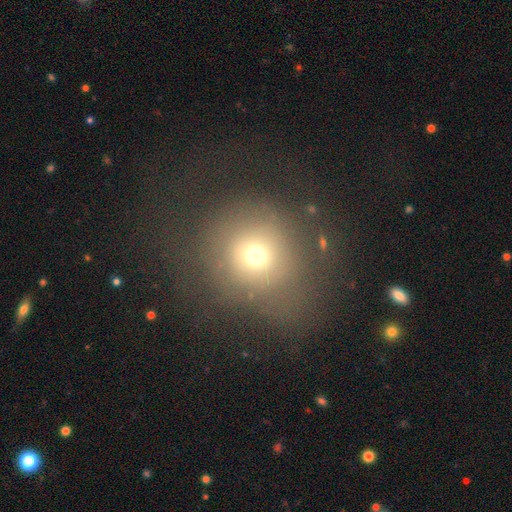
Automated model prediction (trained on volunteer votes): This appears to be a smooth galaxy with no disk features (64%) that is round (89%). Merging: none (60%).